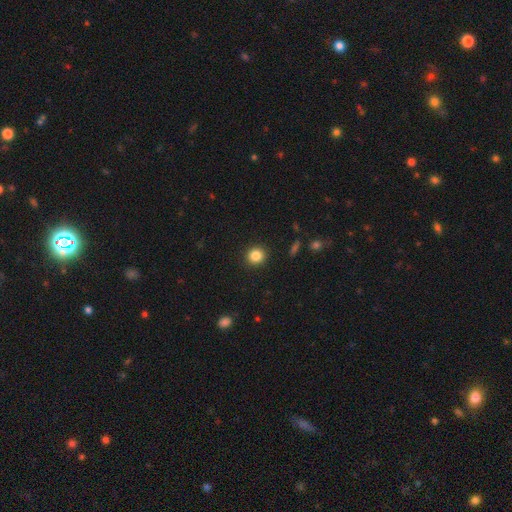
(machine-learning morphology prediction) type=smooth (85%); roundness=round (91%); merging=none (92%).